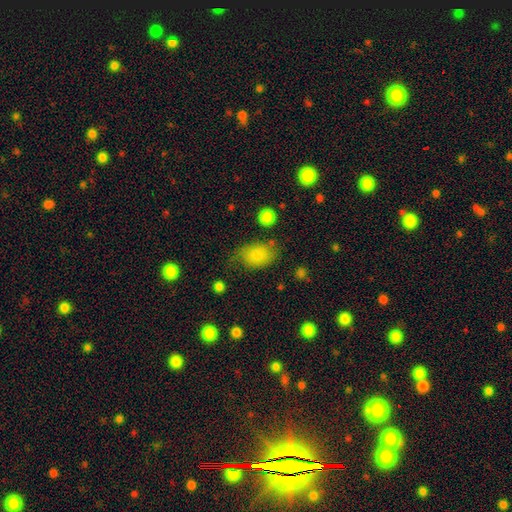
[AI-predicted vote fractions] smooth 80%, featured or disk 10%, star or artifact 9%. Down the decision tree: how rounded — in between (80%); merging — none (57%).